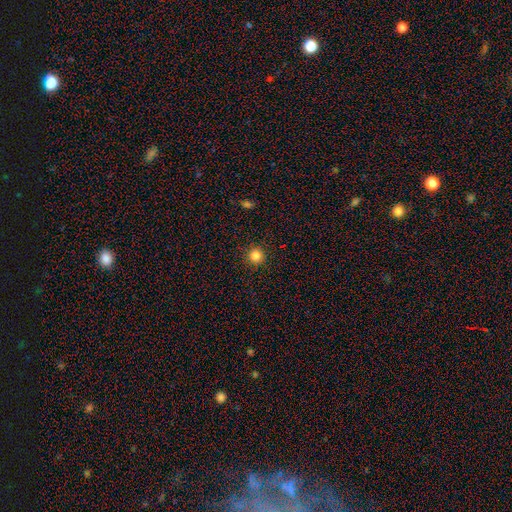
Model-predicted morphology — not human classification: Q: Smooth or featured?
A: smooth (84%); runner-up: star or artifact (12%)
Q: How rounded?
A: round (95%); runner-up: in between (4%)
Q: Merging?
A: none (92%); runner-up: minor disturbance (5%)